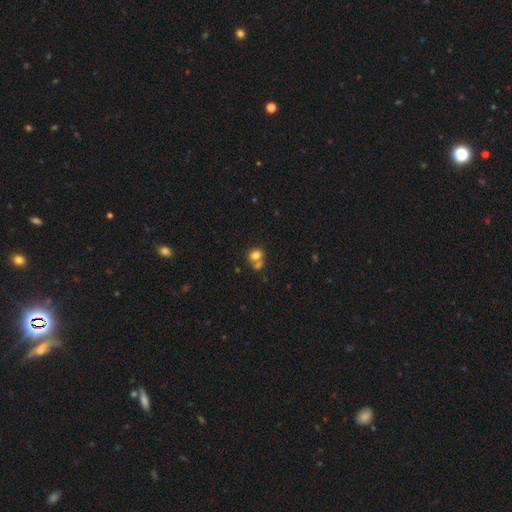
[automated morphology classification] A smooth galaxy with no disk features (77%) that is in between round and cigar-shaped (50%). Merging: merger (46%).